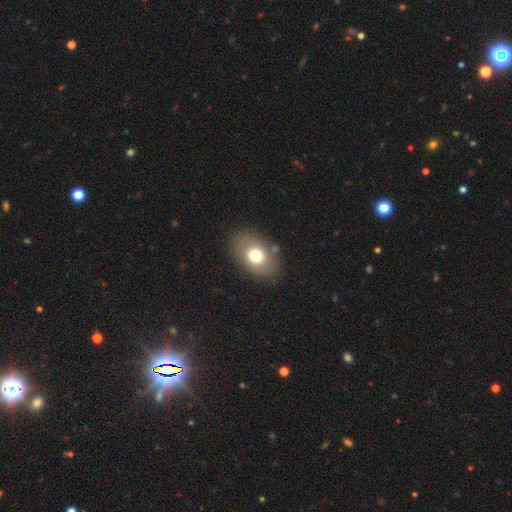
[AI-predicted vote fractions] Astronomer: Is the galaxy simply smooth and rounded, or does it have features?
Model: smooth — 70%.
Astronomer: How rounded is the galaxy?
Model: in between — 79%.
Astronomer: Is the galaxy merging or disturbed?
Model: none — 81%.